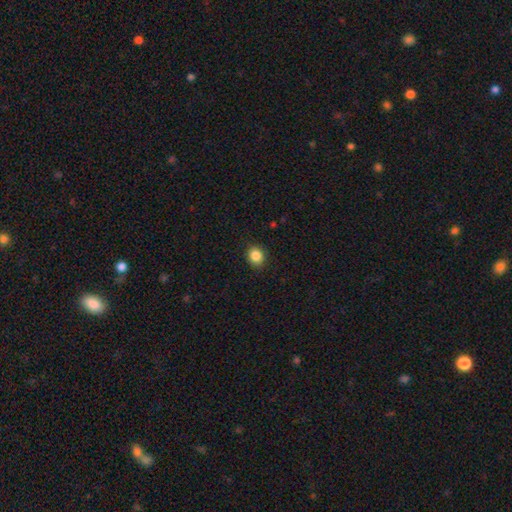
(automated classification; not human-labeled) The model was most divided on "how rounded": round: 72%, in between: 27%, cigar-shaped: 1%. More confident: merging — none (89%); smooth or featured — smooth (86%).